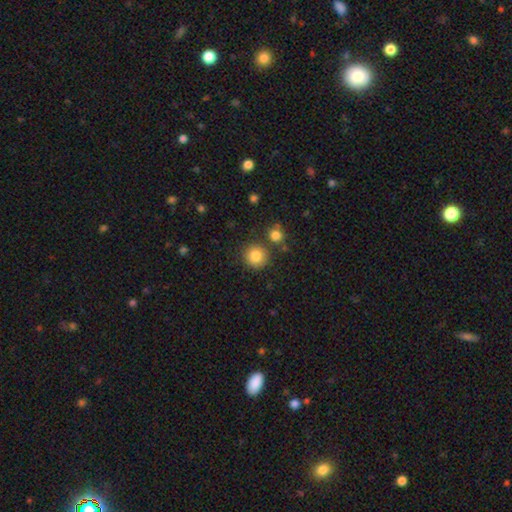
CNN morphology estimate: Smooth or featured?
  - smooth: 84% *
  - star or artifact: 10%
  - featured or disk: 6%
How rounded?
  - round: 93% *
  - in between: 6%
  - cigar-shaped: 1%
Merging?
  - none: 82% *
  - minor disturbance: 8%
  - merger: 7%
  - major disturbance: 3%